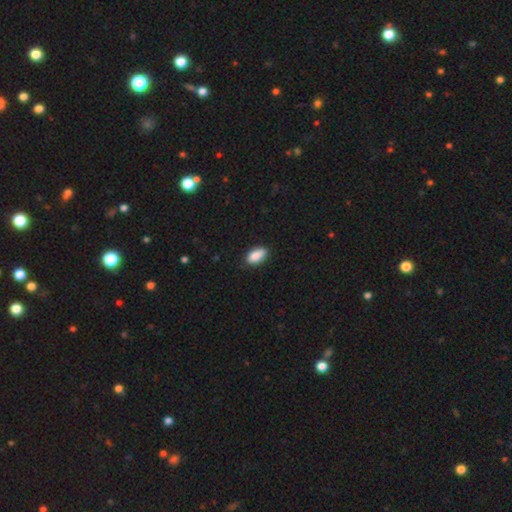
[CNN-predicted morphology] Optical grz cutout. It shows a smooth galaxy with no disk features (87%) that is in between round and cigar-shaped (90%). Merging: none (81%).